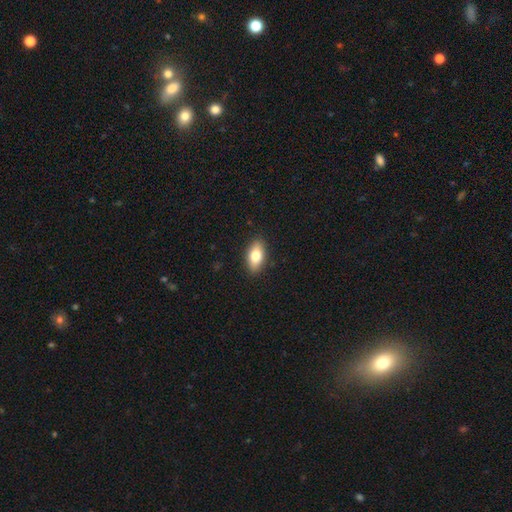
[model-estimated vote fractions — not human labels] Smooth or featured: smooth — 79% (featured or disk — 14%)
How rounded: in between — 88% (cigar-shaped — 7%)
Merging: none — 89% (minor disturbance — 8%)